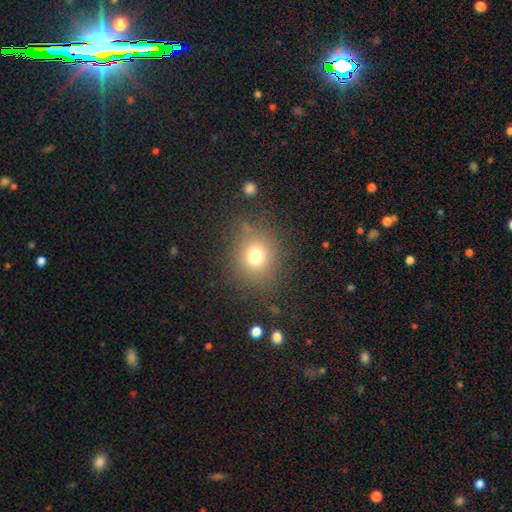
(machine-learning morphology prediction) smooth 73%, star or artifact 16%, featured or disk 11%. Down the decision tree: how rounded — round (75%); merging — none (79%).